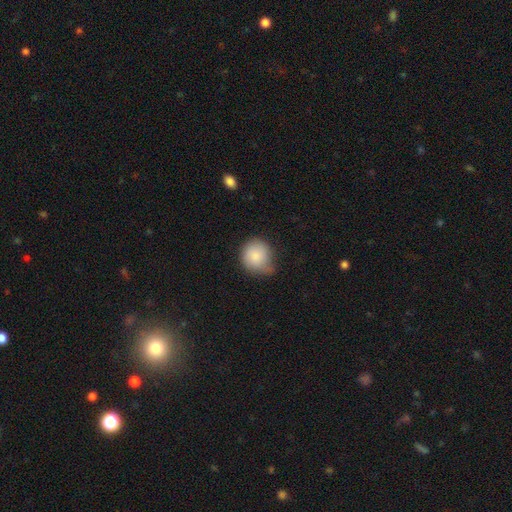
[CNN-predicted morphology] This appears to be a smooth galaxy with no disk features (84%) that is round (81%). Merging: none (43%).